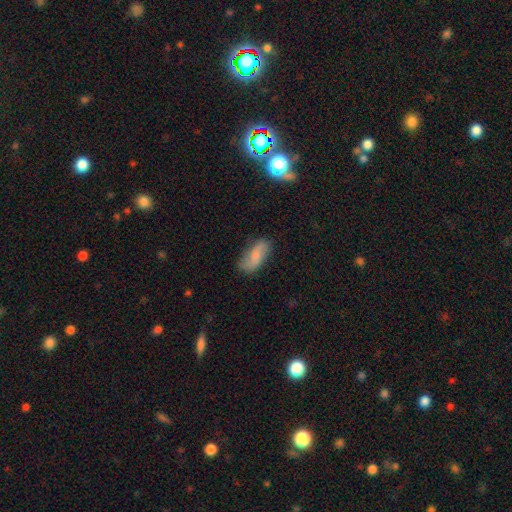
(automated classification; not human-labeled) Q: Smooth or featured?
A: smooth (59%); runner-up: featured or disk (32%)
Q: How rounded?
A: in between (85%); runner-up: cigar-shaped (12%)
Q: Merging?
A: none (71%); runner-up: minor disturbance (21%)